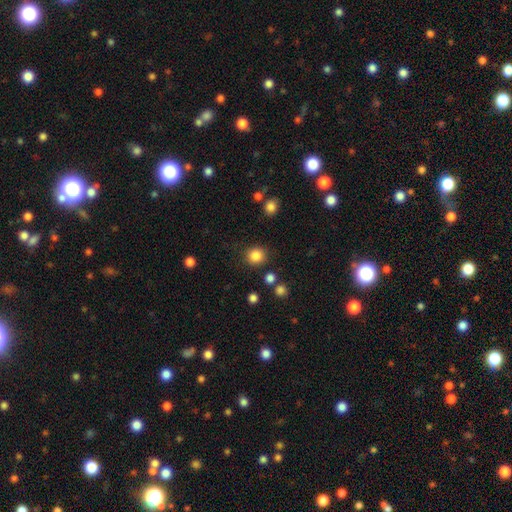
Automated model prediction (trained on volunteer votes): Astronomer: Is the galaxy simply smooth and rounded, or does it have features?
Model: smooth — 85%.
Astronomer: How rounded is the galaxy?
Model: round — 91%.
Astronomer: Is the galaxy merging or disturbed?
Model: none — 88%.